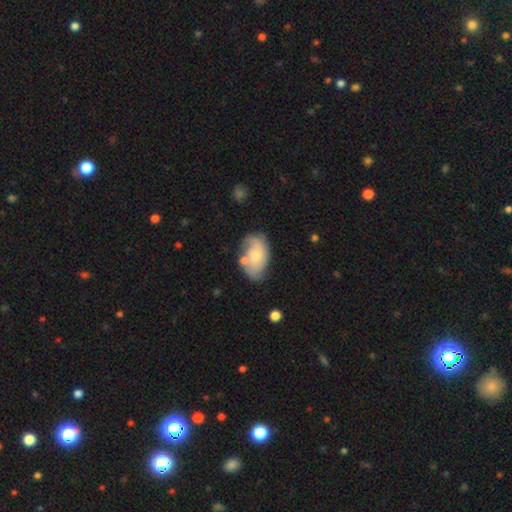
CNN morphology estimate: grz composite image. It shows a featured or disk galaxy (51%). Merging: none (54%).